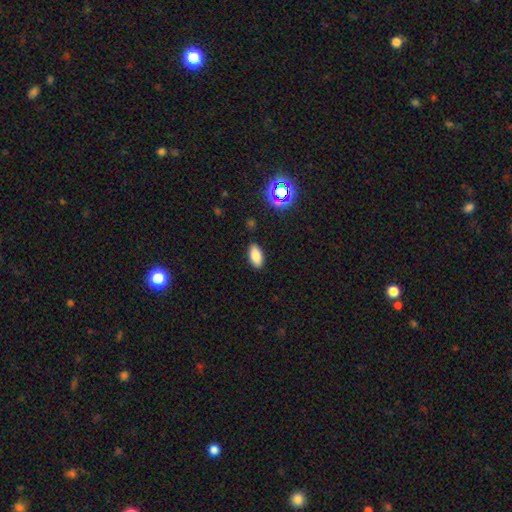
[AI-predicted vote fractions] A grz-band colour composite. It shows a smooth galaxy with no disk features (83%) that is in between round and cigar-shaped (92%). Merging: none (87%).